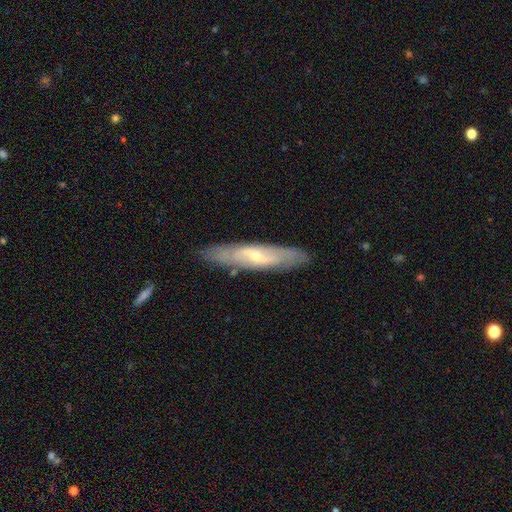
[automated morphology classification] This appears to be a featured or disk galaxy (67%). Merging: none (83%).